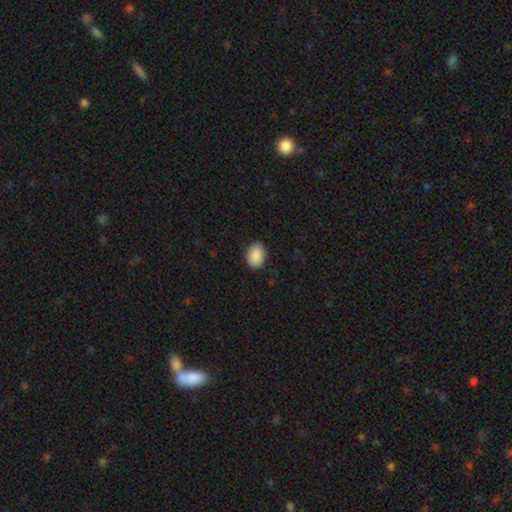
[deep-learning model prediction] This appears to be a smooth galaxy with no disk features (90%) that is in between round and cigar-shaped (79%). Merging: none (87%).